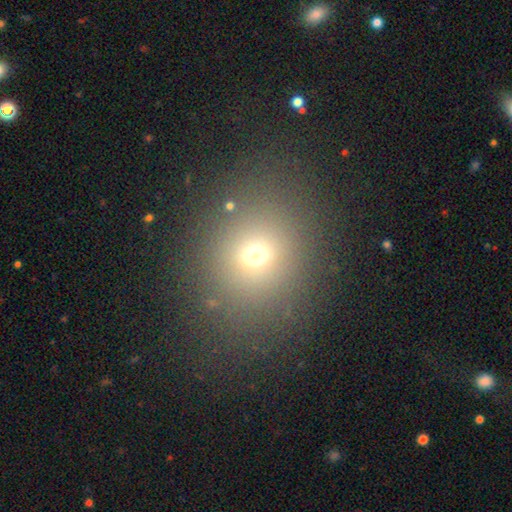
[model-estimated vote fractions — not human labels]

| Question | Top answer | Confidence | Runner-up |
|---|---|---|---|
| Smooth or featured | smooth | 66% | star or artifact (23%) |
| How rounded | round | 75% | in between (24%) |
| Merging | none | 84% | minor disturbance (9%) |